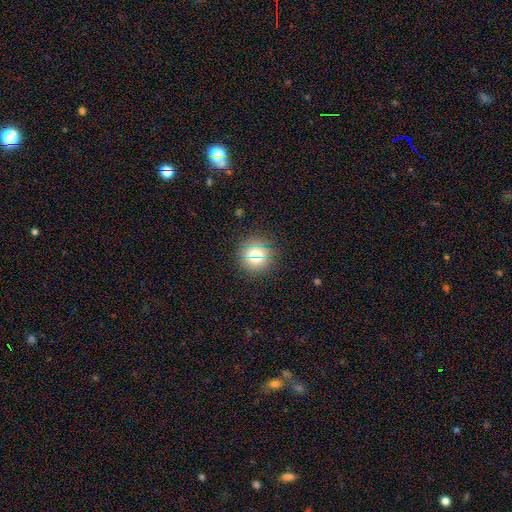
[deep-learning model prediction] smooth 66%, star or artifact 22%, featured or disk 12%. Down the decision tree: how rounded — round (92%); merging — none (88%).